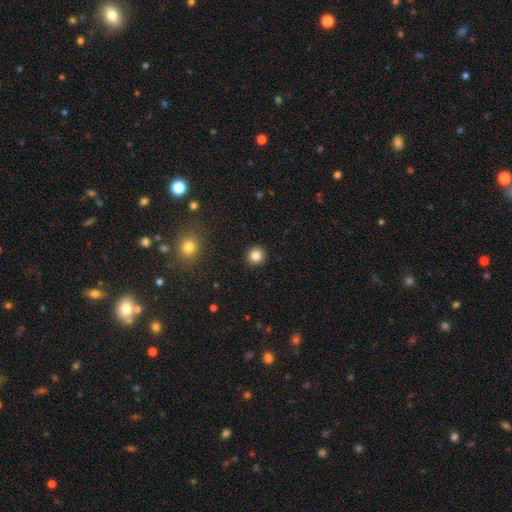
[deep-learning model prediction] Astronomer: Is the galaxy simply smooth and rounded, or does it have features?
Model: smooth — 83%.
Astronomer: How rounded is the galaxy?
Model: round — 93%.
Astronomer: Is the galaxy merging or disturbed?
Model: none — 92%.